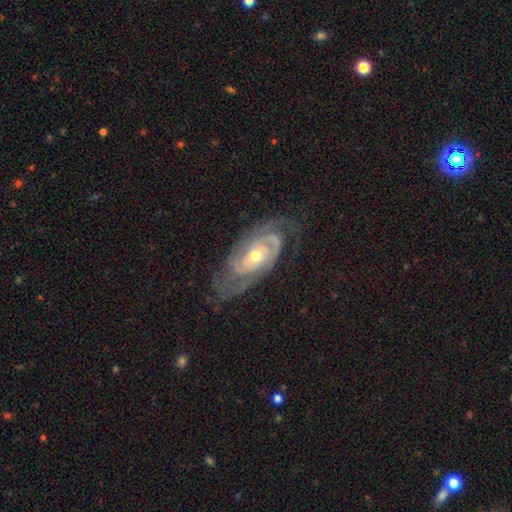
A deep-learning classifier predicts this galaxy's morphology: smooth-or-featured: featured or disk: 91% | star or artifact: 5% | smooth: 4%
  disk-edge-on: no: 95% | yes: 5%
    bar: no: 66% | weak: 25% | strong: 9%
    has-spiral-arms: yes: 98% | no: 2%
      spiral-winding: tight: 65% | medium: 29% | loose: 6%
      spiral-arm-count: 2: 61% | 3: 17% | can't tell: 11% | 4: 4% | 1: 4% | more than 4: 3%
    bulge-size: moderate: 60% | small: 36% | large: 3% | none: 1% | dominant: 1%
  merging: none: 74% | minor disturbance: 17% | major disturbance: 7% | merger: 1%